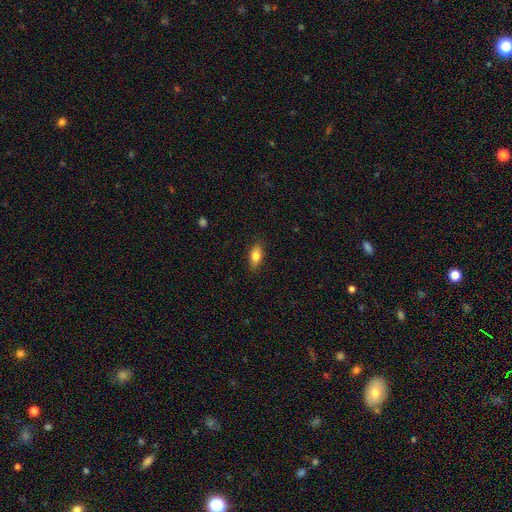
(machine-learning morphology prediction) This appears to be a smooth galaxy with no disk features (82%) that is in between round and cigar-shaped (87%). Merging: none (85%).